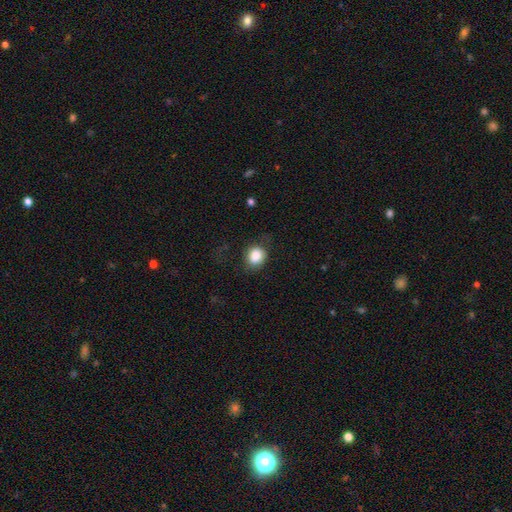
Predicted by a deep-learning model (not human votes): smooth_or_featured: smooth (p=0.86) [alt: star or artifact p=0.09]
how_rounded: round (p=0.69) [alt: in between p=0.30]
merging: none (p=0.69) [alt: minor disturbance p=0.20]